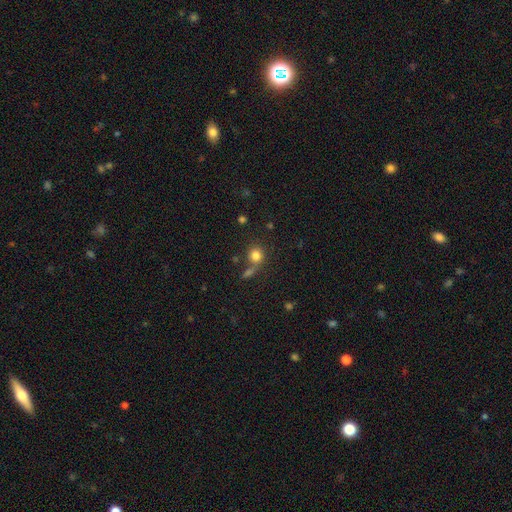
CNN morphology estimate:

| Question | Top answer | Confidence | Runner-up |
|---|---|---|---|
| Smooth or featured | smooth | 81% | star or artifact (12%) |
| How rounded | round | 86% | in between (13%) |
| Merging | none | 62% | merger (22%) |